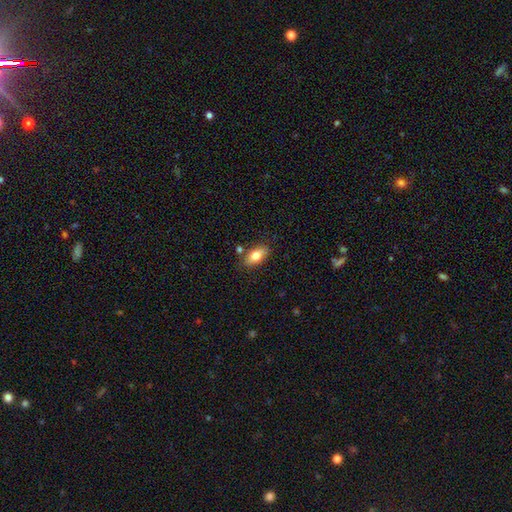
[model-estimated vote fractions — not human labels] smooth_or_featured: smooth (p=0.78) [alt: featured or disk p=0.15]
how_rounded: in between (p=0.89) [alt: cigar-shaped p=0.07]
merging: none (p=0.78) [alt: minor disturbance p=0.13]